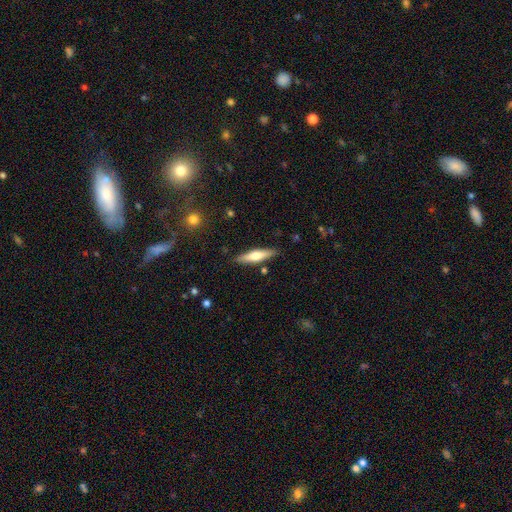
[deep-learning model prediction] Smooth or featured: smooth — 48% (featured or disk — 46%)
Merging: none — 86% (minor disturbance — 9%)